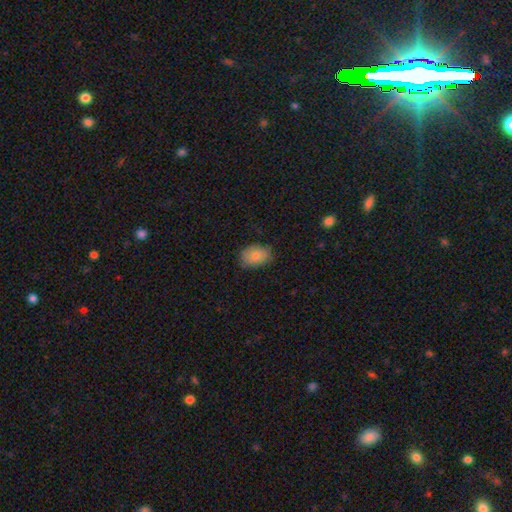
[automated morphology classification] Smooth or featured? Predicted: smooth (p=0.83). How rounded? Predicted: in between (p=0.82). Merging? Predicted: none (p=0.77).